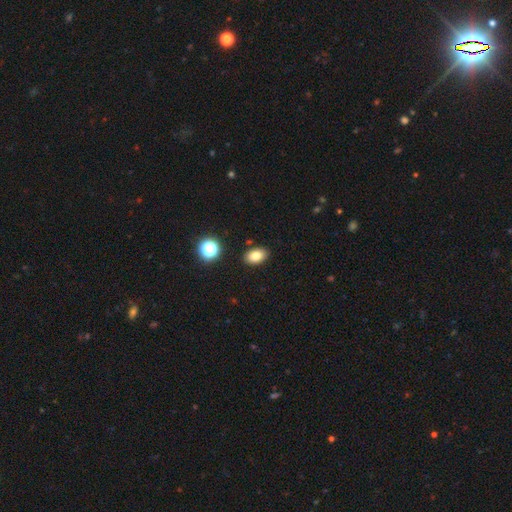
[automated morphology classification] Smooth or featured?
  - smooth: 81% *
  - star or artifact: 11%
  - featured or disk: 8%
How rounded?
  - in between: 88% *
  - round: 11%
  - cigar-shaped: 1%
Merging?
  - none: 88% *
  - minor disturbance: 8%
  - merger: 3%
  - major disturbance: 2%